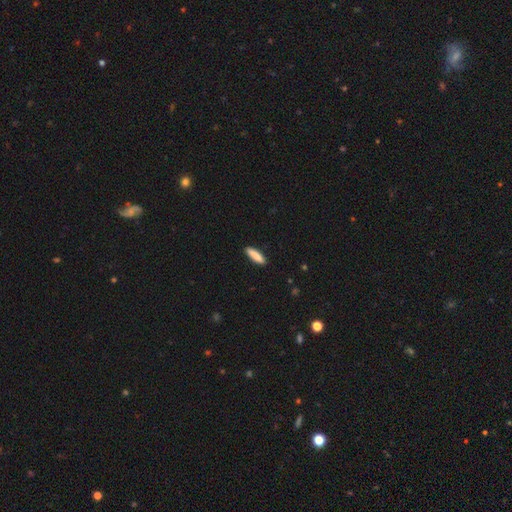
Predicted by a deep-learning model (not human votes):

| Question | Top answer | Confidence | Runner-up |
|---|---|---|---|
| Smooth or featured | smooth | 86% | featured or disk (8%) |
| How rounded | cigar-shaped | 70% | in between (28%) |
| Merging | none | 89% | minor disturbance (8%) |